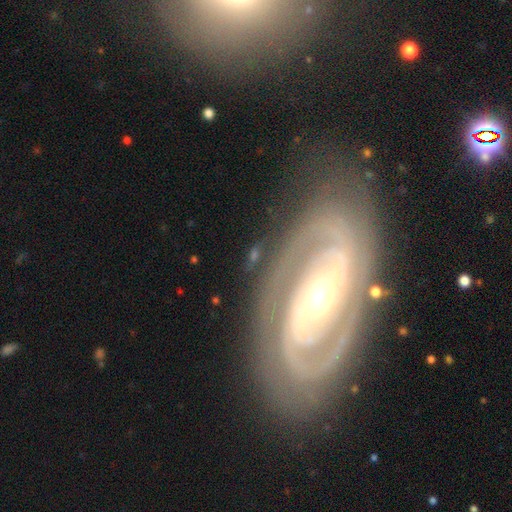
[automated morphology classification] A featured or disk galaxy (79%) with no bar (48%), 2 (56%) tight (64%) spiral arms (85%) and a moderate central bulge (60%).

Vote fractions:
- Smooth or featured? featured or disk: 79% / smooth: 13% / star or artifact: 8%
- Edge-on disk? no: 93% / yes: 7%
- Bar? no: 48% / strong: 28% / weak: 24%
- Spiral arms? yes: 85% / no: 15%
- Spiral winding? tight: 64% / medium: 27% / loose: 10%
- Spiral arm count? 2: 56% / can't tell: 18% / 3: 10% / 1: 6% / 4: 5% / more than 4: 5%
- Bulge size? moderate: 60% / small: 26% / large: 9% / dominant: 2% / none: 2%
- Merging? none: 76% / minor disturbance: 14% / major disturbance: 8% / merger: 3%